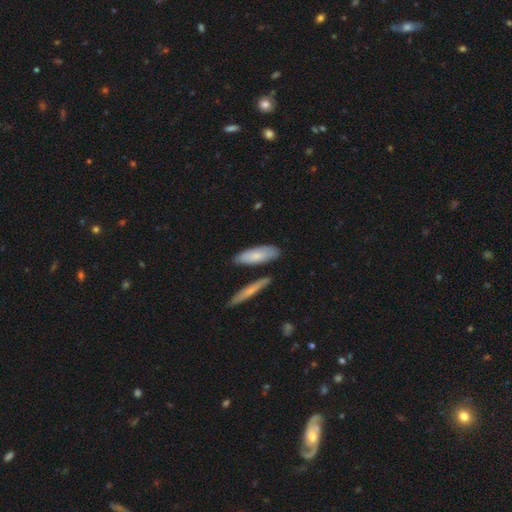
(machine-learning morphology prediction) Smooth or featured? smooth (74%)
How rounded? in between (59%)
Merging? none (75%)